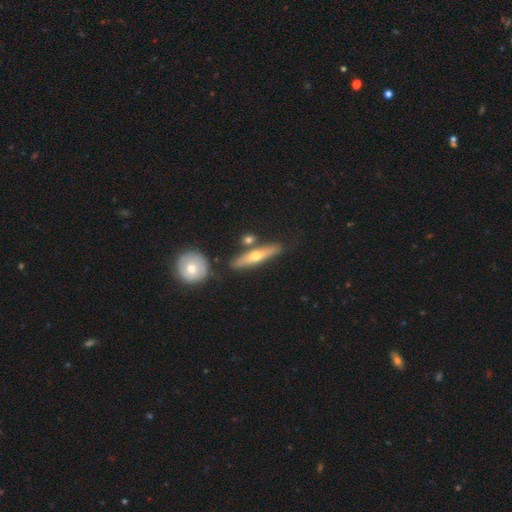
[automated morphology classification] smooth_or_featured: featured or disk (p=0.54) [alt: smooth p=0.40]
disk_edge_on: yes (p=0.87) [alt: no p=0.13]
merging: none (p=0.77) [alt: minor disturbance p=0.11]